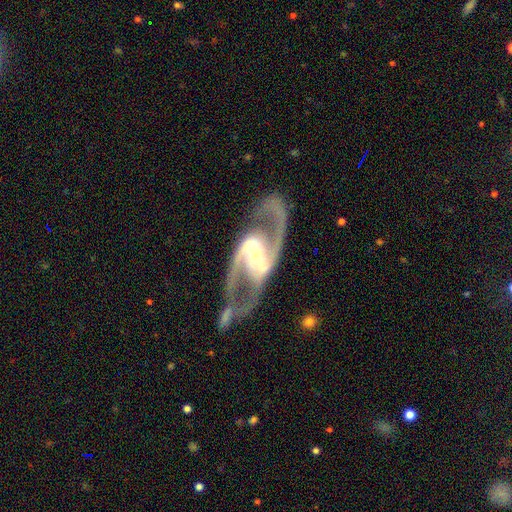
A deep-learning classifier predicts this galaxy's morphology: smooth-or-featured: featured or disk: 93% | star or artifact: 4% | smooth: 3%
  disk-edge-on: no: 97% | yes: 3%
    bar: strong: 59% | weak: 29% | no: 12%
    has-spiral-arms: yes: 98% | no: 2%
      spiral-winding: medium: 53% | loose: 35% | tight: 12%
      spiral-arm-count: 2: 94% | can't tell: 1% | 3: 1% | 1: 1% | 4: 1% | more than 4: 1%
    bulge-size: small: 52% | moderate: 41% | large: 4% | none: 2% | dominant: 1%
  merging: none: 72% | minor disturbance: 13% | major disturbance: 11% | merger: 5%